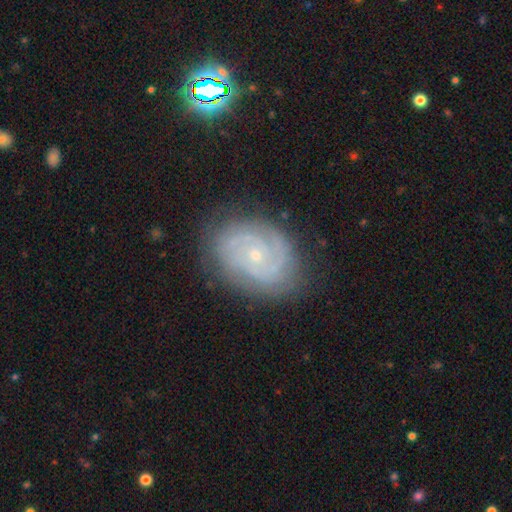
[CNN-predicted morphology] A featured or disk galaxy (86%) with no bar (74%), 2 (46%) tight (71%) spiral arms (97%) and a small central bulge (76%). Merging: none (80%).